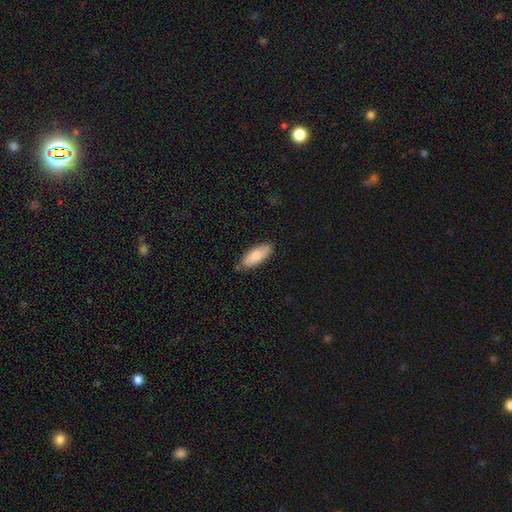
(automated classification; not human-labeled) smooth_or_featured: smooth (p=0.83) [alt: featured or disk p=0.11]
how_rounded: in between (p=0.72) [alt: cigar-shaped p=0.26]
merging: none (p=0.79) [alt: minor disturbance p=0.15]